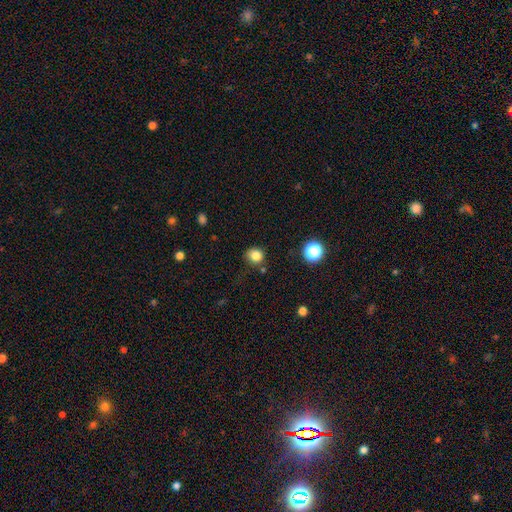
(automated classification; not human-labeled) Overall: smooth (83%). How rounded: round (82%). Merging: none (72%).